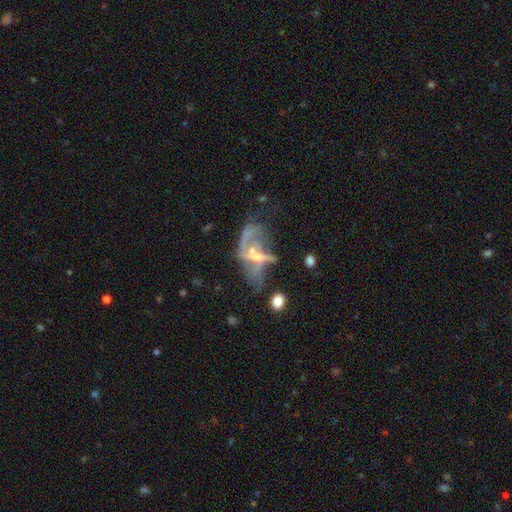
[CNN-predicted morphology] Smooth or featured? Predicted: featured or disk (p=0.67). Edge-on disk? Predicted: no (p=0.89). Bar? Predicted: no (p=0.59). Spiral arms? Predicted: no (p=0.51). Bulge size? Predicted: moderate (p=0.41, tied with small). Merging? Predicted: merger (p=0.35).